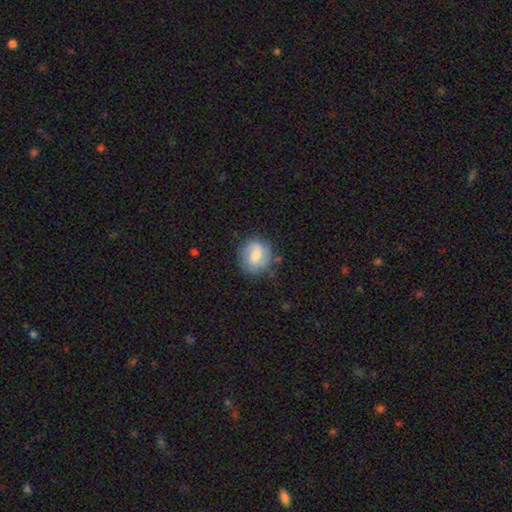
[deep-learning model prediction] Smooth or featured: smooth — 57% (featured or disk — 35%)
How rounded: round — 76% (in between — 23%)
Merging: none — 74% (minor disturbance — 18%)